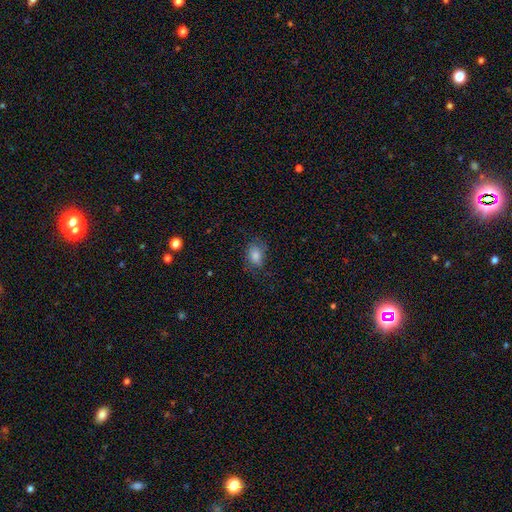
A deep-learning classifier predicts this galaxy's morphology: Smooth or featured: smooth — 74% (featured or disk — 15%)
How rounded: in between — 76% (round — 22%)
Merging: none — 63% (minor disturbance — 23%)